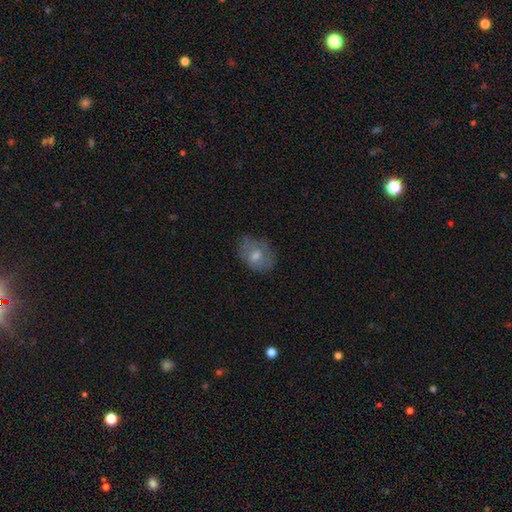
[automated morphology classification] Smooth or featured? smooth (60%)
How rounded? in between (60%)
Merging? none (70%)